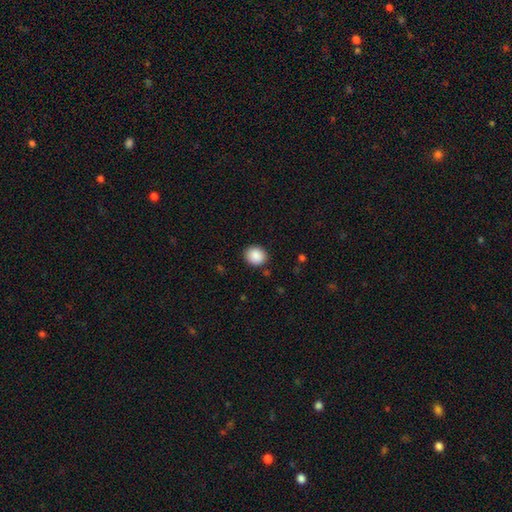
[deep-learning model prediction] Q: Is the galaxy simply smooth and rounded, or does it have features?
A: smooth — 89%.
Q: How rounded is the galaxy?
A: round — 75%.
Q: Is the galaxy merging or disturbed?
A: none — 89%.